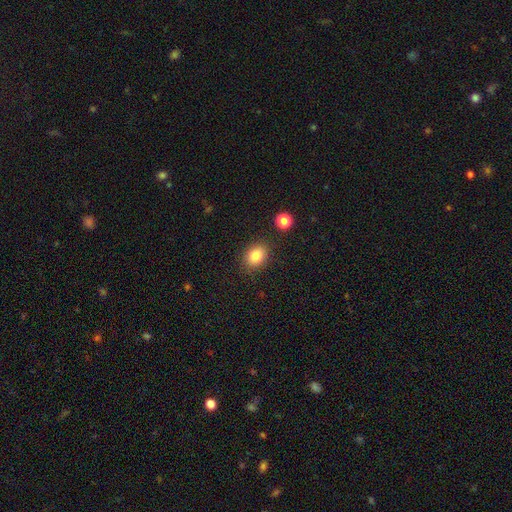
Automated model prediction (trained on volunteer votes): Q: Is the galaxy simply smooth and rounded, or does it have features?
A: smooth — 83%.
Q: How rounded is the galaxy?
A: in between — 58%.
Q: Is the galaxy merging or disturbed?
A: none — 85%.